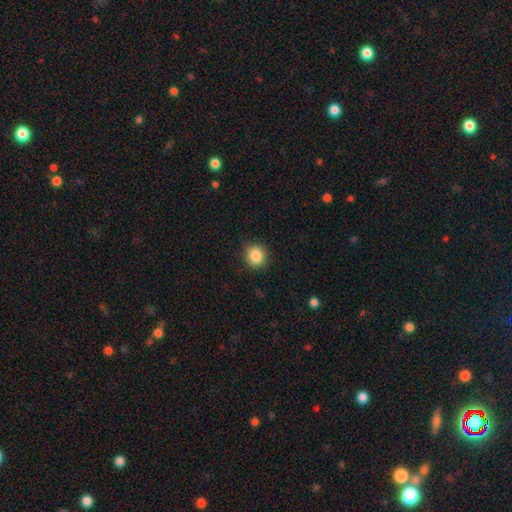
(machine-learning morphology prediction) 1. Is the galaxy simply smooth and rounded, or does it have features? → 87% smooth, 9% star or artifact, 4% featured or disk.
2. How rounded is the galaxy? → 84% round, 15% in between, 1% cigar-shaped.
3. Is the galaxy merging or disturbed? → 90% none, 7% minor disturbance, 2% major disturbance, 1% merger.